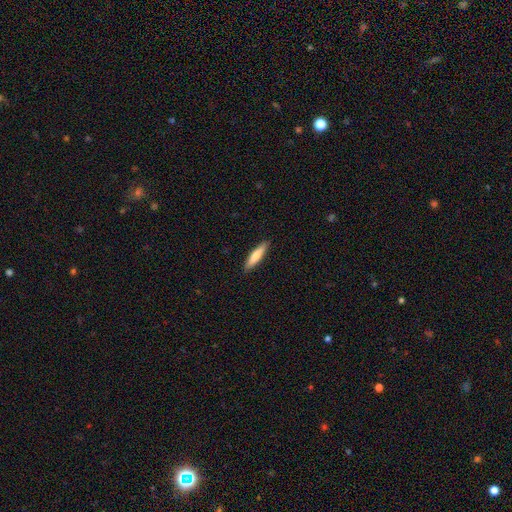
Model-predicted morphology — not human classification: Overall: smooth (74%). How rounded: cigar-shaped (83%). Merging: none (90%).